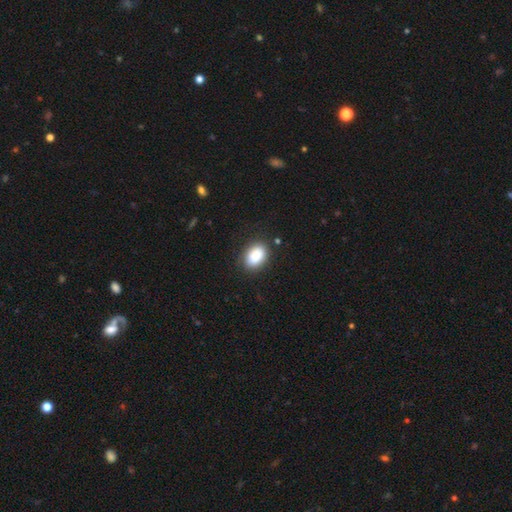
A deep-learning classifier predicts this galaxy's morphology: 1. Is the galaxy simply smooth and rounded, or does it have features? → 87% smooth, 7% star or artifact, 6% featured or disk.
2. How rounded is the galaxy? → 85% in between, 14% round, 1% cigar-shaped.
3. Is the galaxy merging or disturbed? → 83% none, 12% minor disturbance, 3% major disturbance, 2% merger.